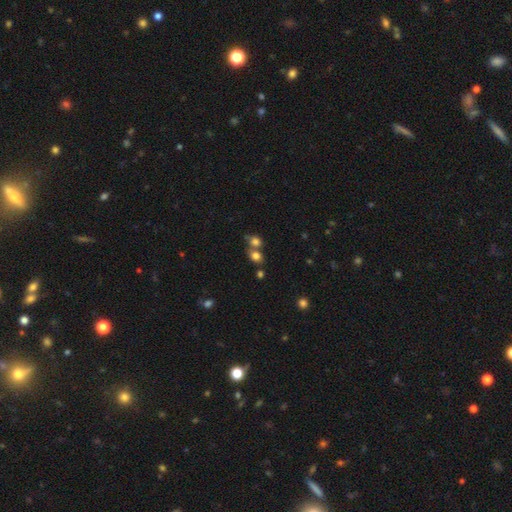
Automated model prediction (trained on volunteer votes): This is likely a smooth galaxy (76%). How rounded: likely round (64%). Merging: possibly merger (45%).